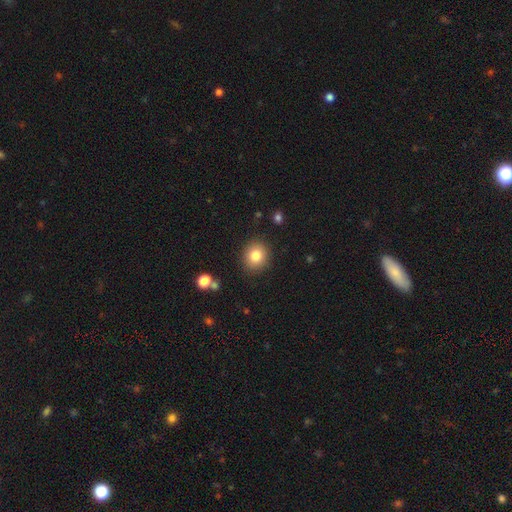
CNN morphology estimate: This is clearly a smooth galaxy (82%). How rounded: likely round (80%). Merging: clearly none (88%).